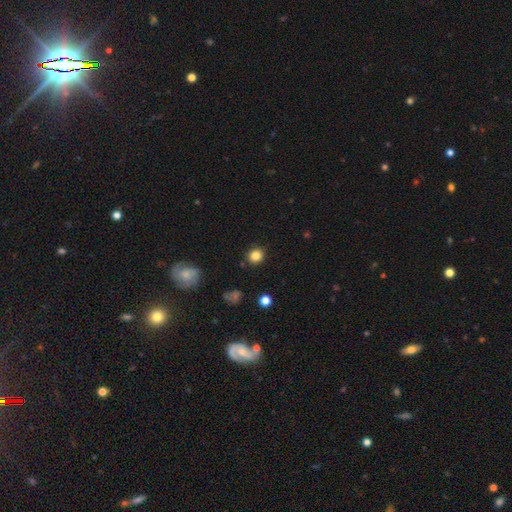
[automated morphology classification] type=smooth (83%); roundness=round (85%); merging=none (89%).